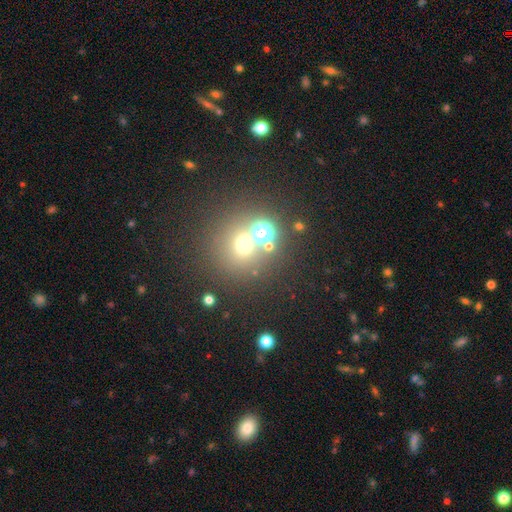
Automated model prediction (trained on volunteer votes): Smooth or featured? Predicted: star or artifact (p=0.45).